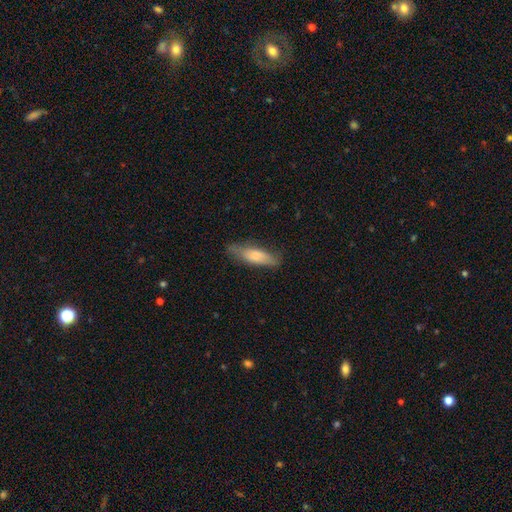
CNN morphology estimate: Smooth or featured?
  - smooth: 76% *
  - featured or disk: 18%
  - star or artifact: 6%
How rounded?
  - cigar-shaped: 55% *
  - in between: 43%
  - round: 2%
Merging?
  - none: 71% *
  - minor disturbance: 22%
  - major disturbance: 5%
  - merger: 1%